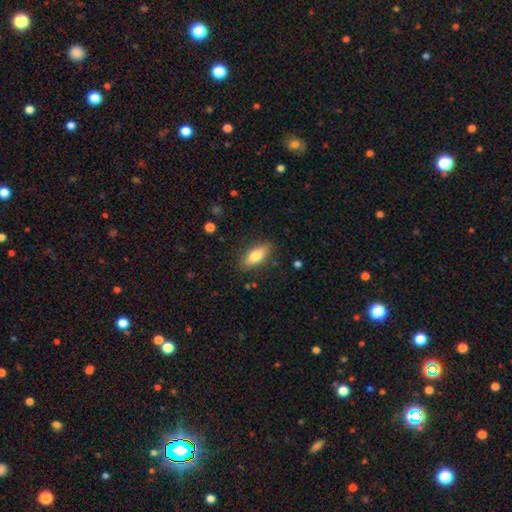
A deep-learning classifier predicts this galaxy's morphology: Smooth or featured? Predicted: smooth (p=0.75). How rounded? Predicted: in between (p=0.77). Merging? Predicted: none (p=0.86).